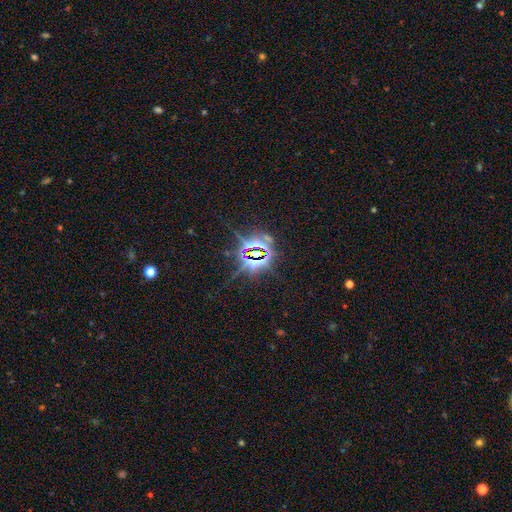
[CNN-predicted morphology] type=star or artifact (84%).